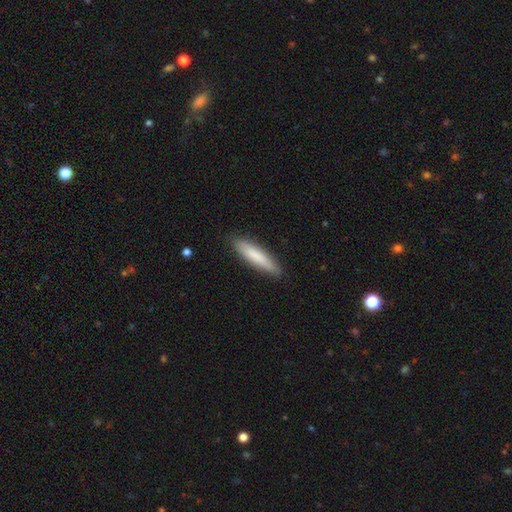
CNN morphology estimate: Smooth or featured? Predicted: smooth (p=0.80). How rounded? Predicted: cigar-shaped (p=0.85). Merging? Predicted: none (p=0.88).